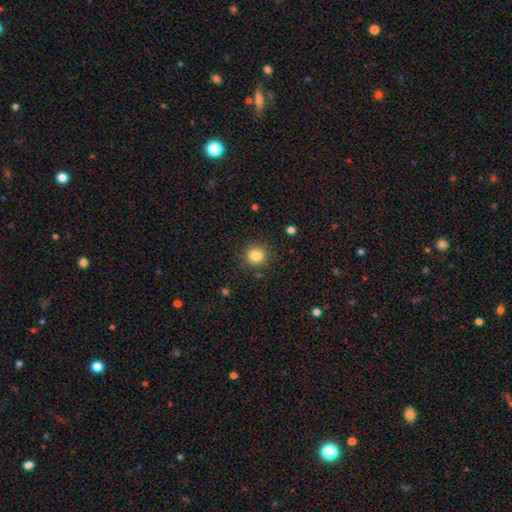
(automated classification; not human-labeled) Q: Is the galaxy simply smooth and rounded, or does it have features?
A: smooth — 84%.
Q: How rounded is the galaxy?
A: round — 92%.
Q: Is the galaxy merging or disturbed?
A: none — 87%.